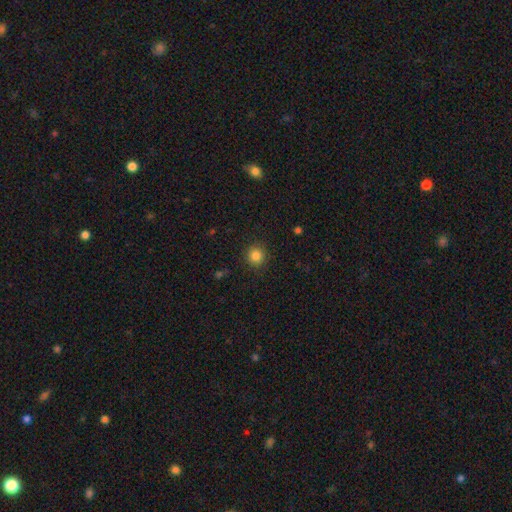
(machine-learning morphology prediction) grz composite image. It shows a smooth galaxy with no disk features (84%) that is round (93%). Merging: none (89%).